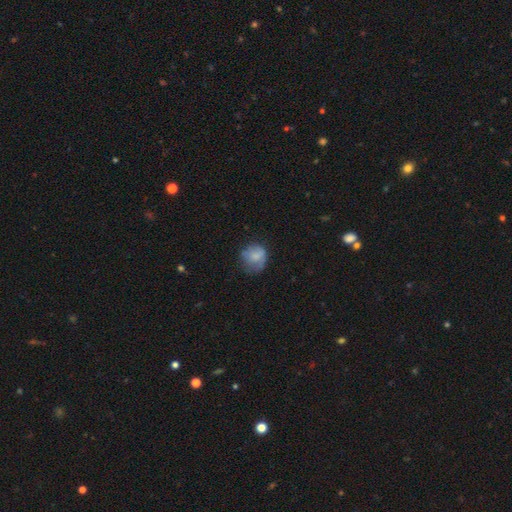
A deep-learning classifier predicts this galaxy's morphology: type=smooth (74%); roundness=round (71%); merging=none (48%).